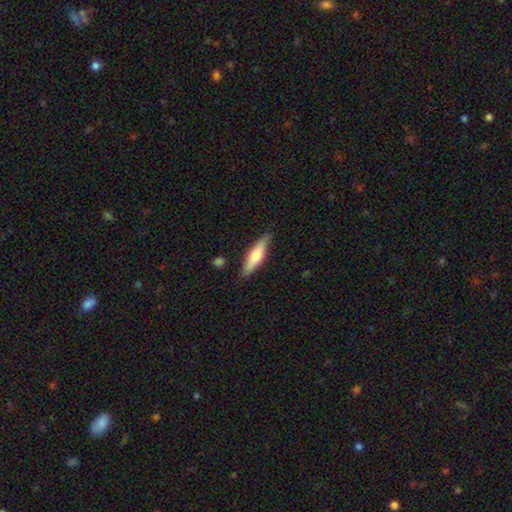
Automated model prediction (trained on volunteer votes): This is possibly a smooth galaxy (58%). How rounded: likely cigar-shaped (68%). Merging: clearly none (83%).